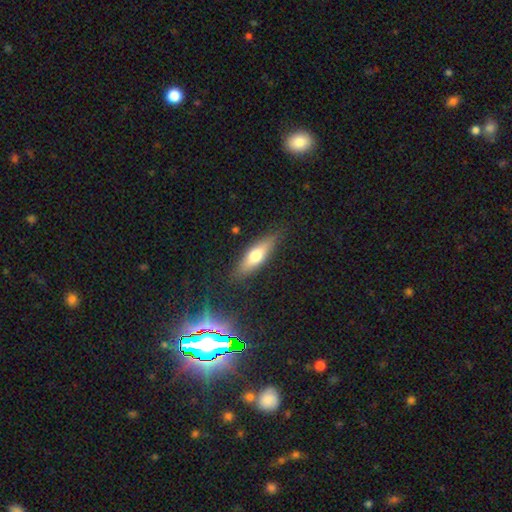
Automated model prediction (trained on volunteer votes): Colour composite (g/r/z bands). It shows a smooth galaxy with no disk features (59%) that is cigar-shaped (53%). Merging: none (83%).